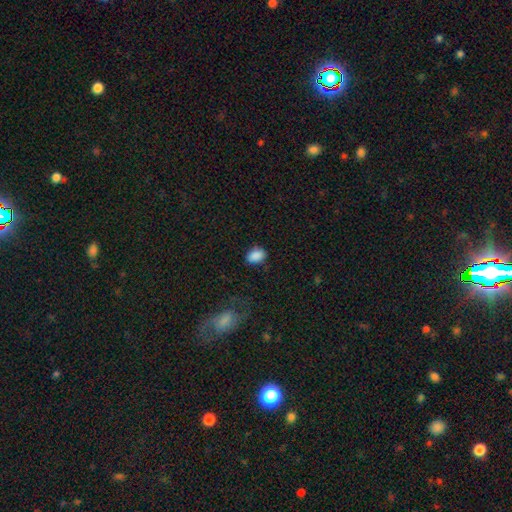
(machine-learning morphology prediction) Smooth or featured: smooth — 88% (star or artifact — 8%)
How rounded: in between — 79% (round — 20%)
Merging: none — 80% (minor disturbance — 15%)